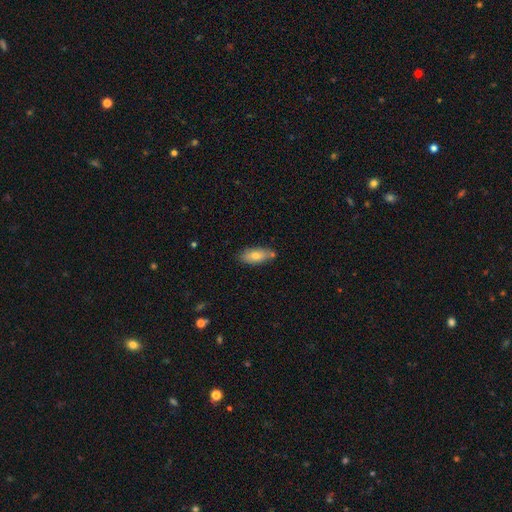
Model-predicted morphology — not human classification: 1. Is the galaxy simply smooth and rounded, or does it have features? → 73% smooth, 20% featured or disk, 7% star or artifact.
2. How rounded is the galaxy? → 80% in between, 17% cigar-shaped, 3% round.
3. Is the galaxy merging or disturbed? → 72% none, 17% minor disturbance, 8% merger, 3% major disturbance.